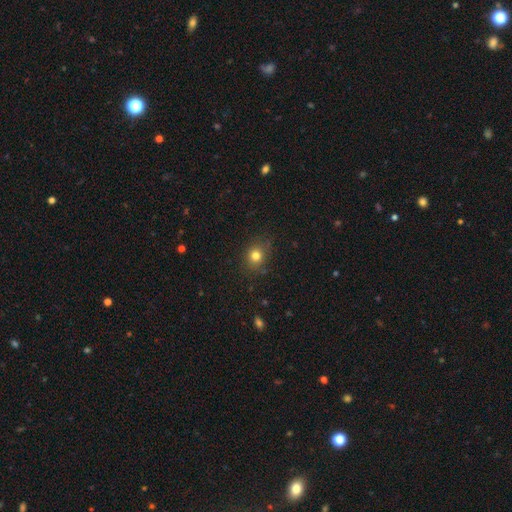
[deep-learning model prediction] A smooth galaxy with no disk features (79%) that is round (75%).

Vote fractions:
- Smooth or featured? smooth: 79% / star or artifact: 14% / featured or disk: 7%
- How rounded? round: 75% / in between: 24% / cigar-shaped: 1%
- Merging? none: 82% / minor disturbance: 13% / major disturbance: 4% / merger: 1%